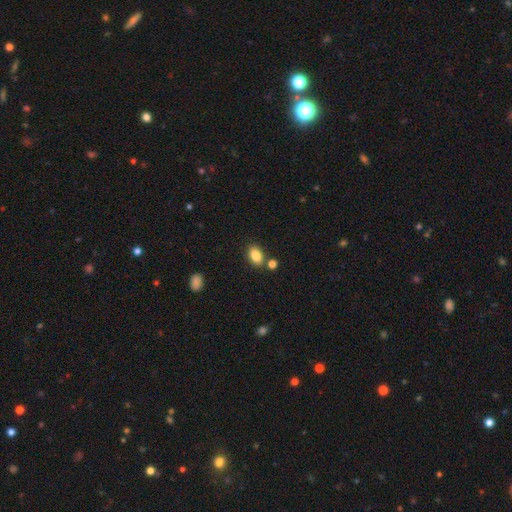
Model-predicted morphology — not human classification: Smooth or featured: smooth — 85% (star or artifact — 9%)
How rounded: in between — 87% (round — 11%)
Merging: none — 77% (minor disturbance — 10%)